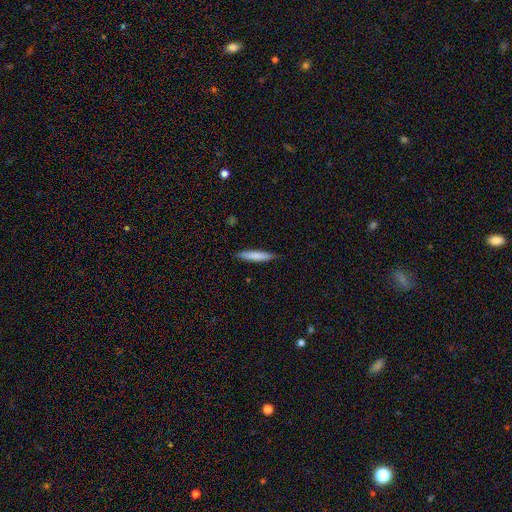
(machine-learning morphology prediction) smooth 77%, featured or disk 17%, star or artifact 5%. Down the decision tree: how rounded — cigar-shaped (90%); merging — none (87%).